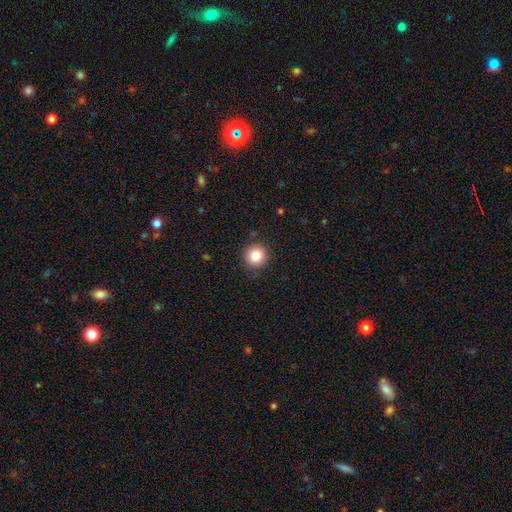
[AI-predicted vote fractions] Smooth or featured: smooth — 83% (star or artifact — 11%)
How rounded: round — 94% (in between — 5%)
Merging: none — 90% (minor disturbance — 7%)